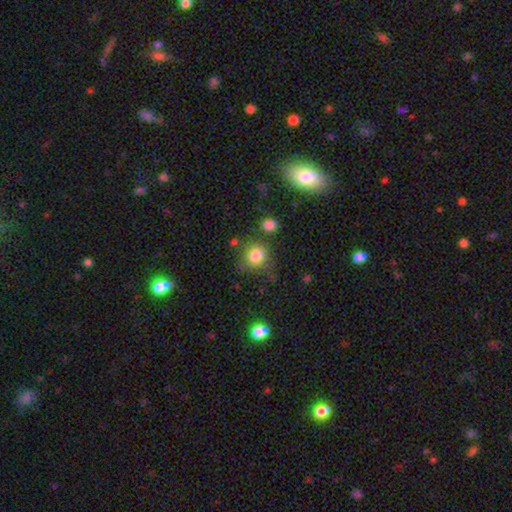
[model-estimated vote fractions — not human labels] Smooth or featured: smooth — 83% (star or artifact — 11%)
How rounded: round — 83% (in between — 16%)
Merging: none — 68% (minor disturbance — 18%)